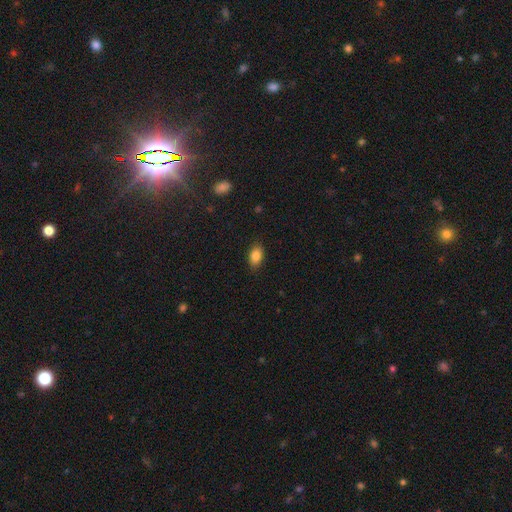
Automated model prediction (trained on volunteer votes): smooth 87%, star or artifact 8%, featured or disk 5%. Down the decision tree: how rounded — in between (89%); merging — none (85%).